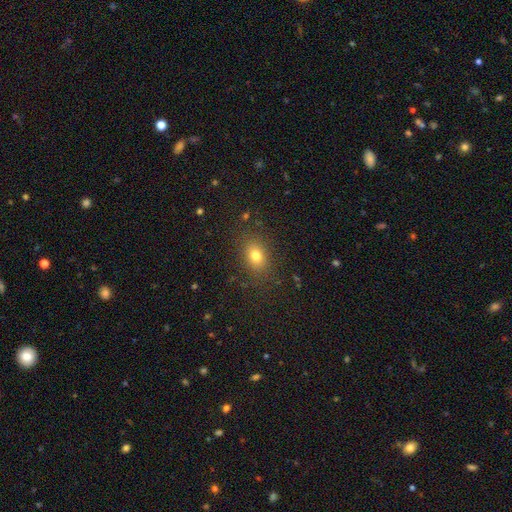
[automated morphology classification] Smooth or featured? smooth (78%)
How rounded? in between (68%)
Merging? none (84%)